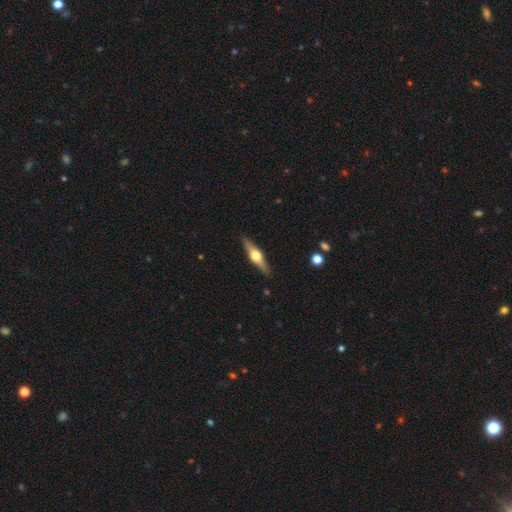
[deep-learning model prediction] This is likely a featured or disk galaxy (66%). It is clearly viewed edge-on (96%). Edge-on bulge: clearly rounded (94%). Merging: clearly none (89%).